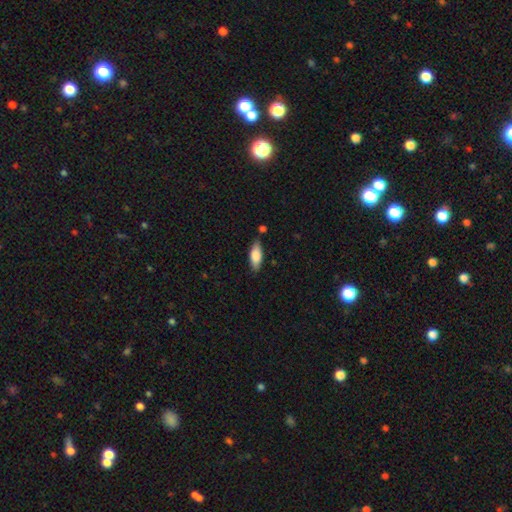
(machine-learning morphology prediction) smooth-or-featured: smooth: 80% | featured or disk: 13% | star or artifact: 6%
  how-rounded: in between: 76% | cigar-shaped: 22% | round: 2%
  merging: none: 72% | minor disturbance: 18% | merger: 7% | major disturbance: 4%